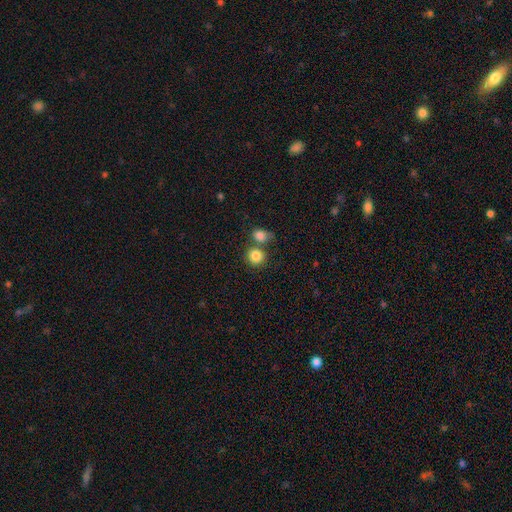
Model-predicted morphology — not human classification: Smooth or featured? smooth (84%)
How rounded? round (84%)
Merging? none (55%)